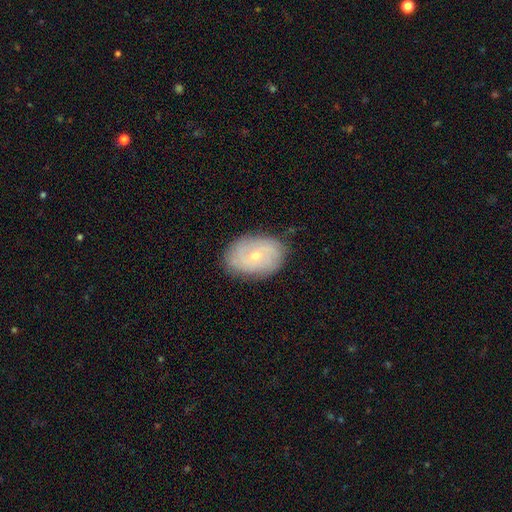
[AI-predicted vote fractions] Morphology: type=featured or disk (62%); edge-on=no (95%); bar=no (77%); spiral arms=yes (77%); bulge=small (66%); merging=none (82%).